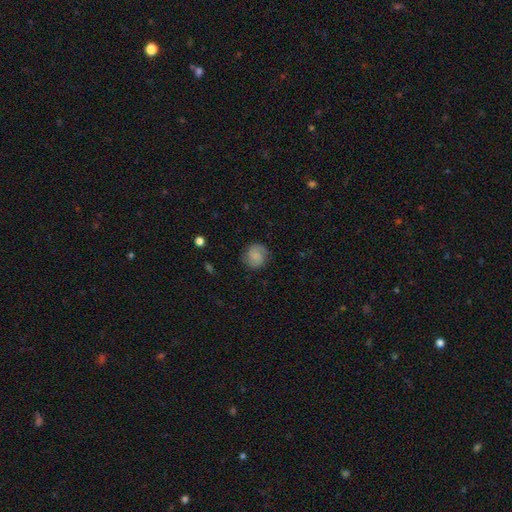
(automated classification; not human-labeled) smooth 61%, featured or disk 30%, star or artifact 9%. Down the decision tree: how rounded — round (85%); merging — none (79%).